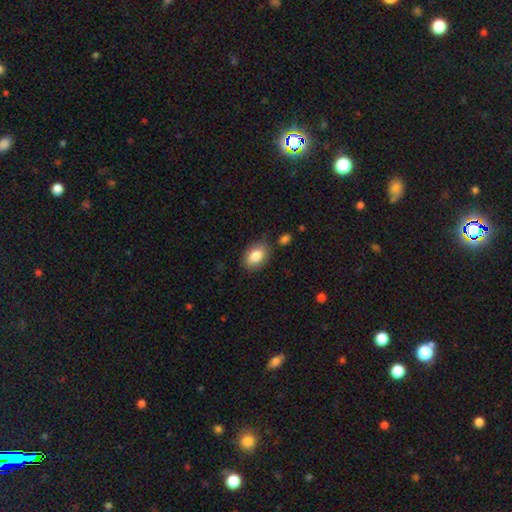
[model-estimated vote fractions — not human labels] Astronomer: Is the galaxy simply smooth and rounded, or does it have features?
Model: smooth — 85%.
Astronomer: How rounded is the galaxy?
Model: in between — 84%.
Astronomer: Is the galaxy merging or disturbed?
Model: none — 81%.